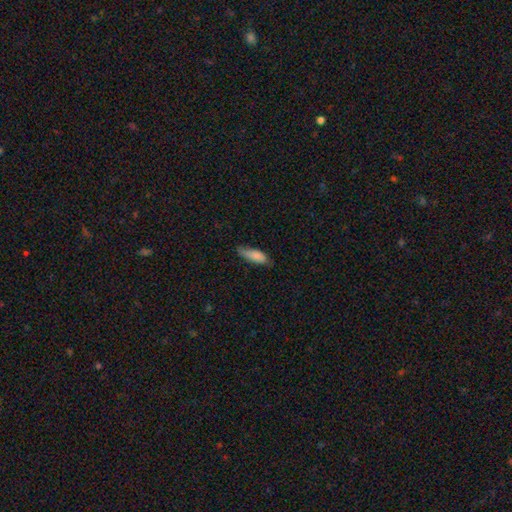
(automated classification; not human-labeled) This appears to be a smooth galaxy with no disk features (81%) that is in between round and cigar-shaped (64%). Merging: none (61%).